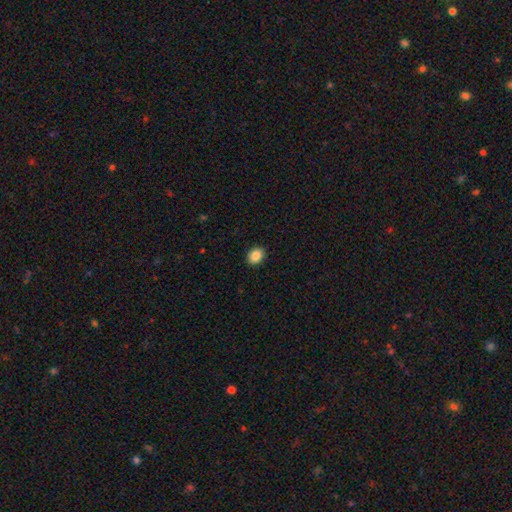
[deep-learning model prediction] smooth_or_featured: smooth (p=0.88) [alt: star or artifact p=0.09]
how_rounded: in between (p=0.60) [alt: round p=0.39]
merging: none (p=0.91) [alt: minor disturbance p=0.07]